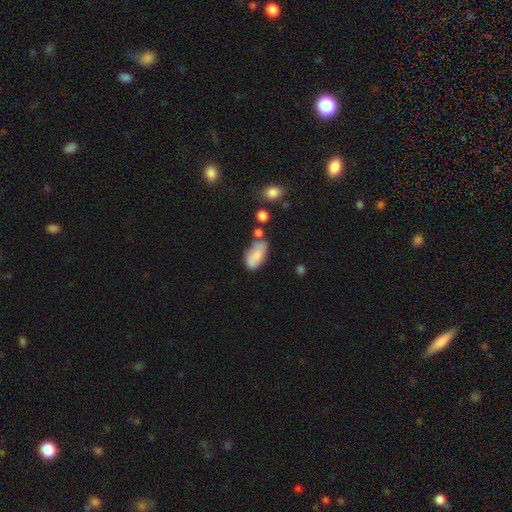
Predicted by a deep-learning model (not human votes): smooth 73%, featured or disk 19%, star or artifact 8%. Down the decision tree: how rounded — in between (91%); merging — none (47%).